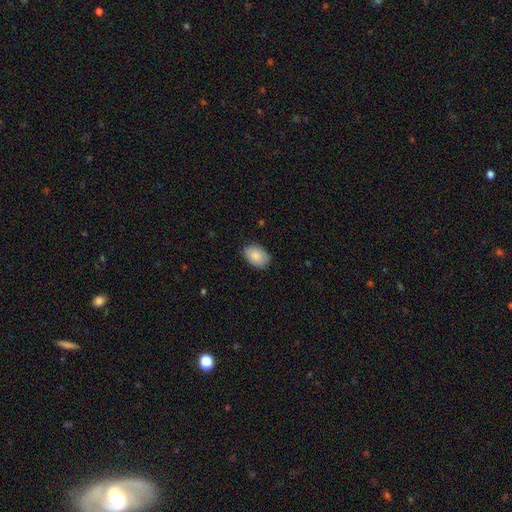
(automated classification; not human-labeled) Smooth or featured: smooth — 87% (featured or disk — 7%)
How rounded: in between — 88% (round — 11%)
Merging: none — 83% (minor disturbance — 14%)